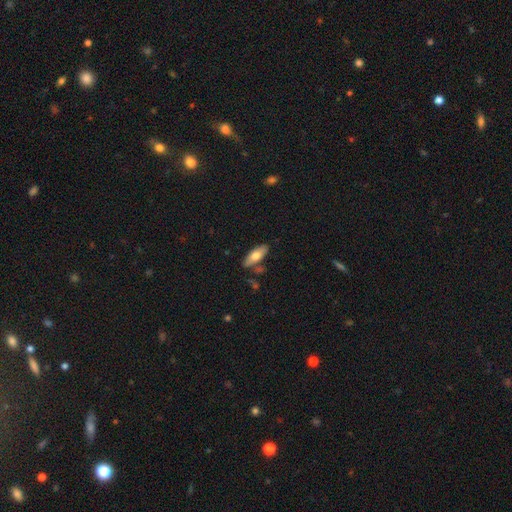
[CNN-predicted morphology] A smooth galaxy with no disk features (67%) that is in between round and cigar-shaped (71%).

Vote fractions:
- Smooth or featured? smooth: 67% / featured or disk: 27% / star or artifact: 6%
- How rounded? in between: 71% / cigar-shaped: 27% / round: 2%
- Merging? none: 77% / minor disturbance: 13% / merger: 7% / major disturbance: 3%